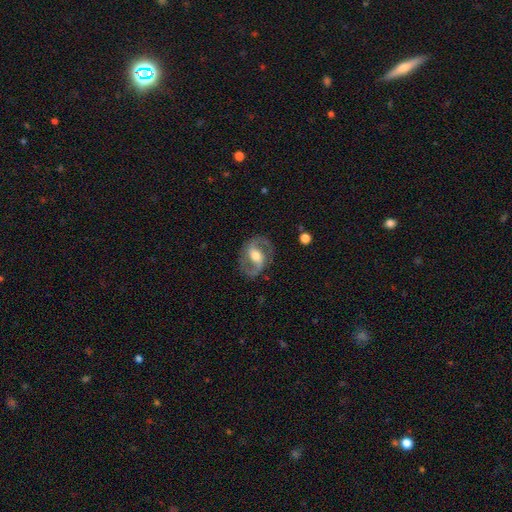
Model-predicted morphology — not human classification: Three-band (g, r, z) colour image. It shows a featured or disk galaxy (81%) with a weak bar (42%), 2 (90%) medium (55%) spiral arms (89%) and a moderate central bulge (67%). Merging: none (81%).